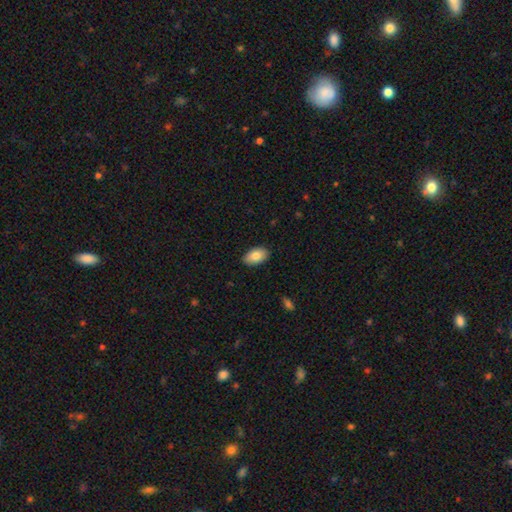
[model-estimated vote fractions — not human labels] smooth-or-featured: smooth: 84% | featured or disk: 10% | star or artifact: 7%
  how-rounded: in between: 94% | round: 5% | cigar-shaped: 1%
  merging: none: 88% | minor disturbance: 9% | major disturbance: 2% | merger: 1%